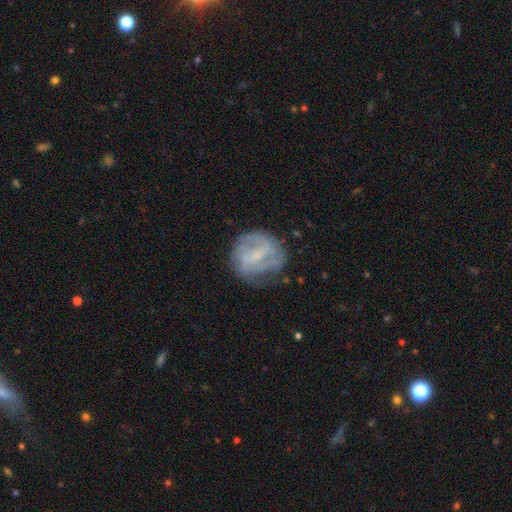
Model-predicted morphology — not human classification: Overall: featured or disk (70%). Edge-on disk: no (97%). Bar: weak (50%; strong 29%). Spiral arms: yes (77%). Spiral arm count: 2 (38%; can't tell 36%). Spiral winding: medium (39%; tight 37%). Bulge size: small (54%; none 27%). Merging: none (62%; minor disturbance 23%).